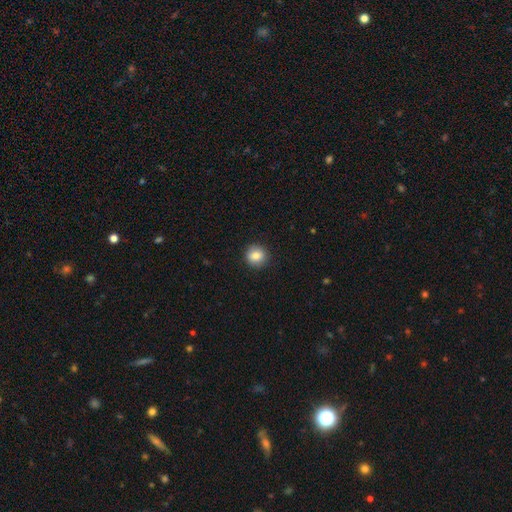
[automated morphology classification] smooth_or_featured: smooth (p=0.83) [alt: star or artifact p=0.09]
how_rounded: round (p=0.90) [alt: in between p=0.09]
merging: none (p=0.91) [alt: minor disturbance p=0.07]